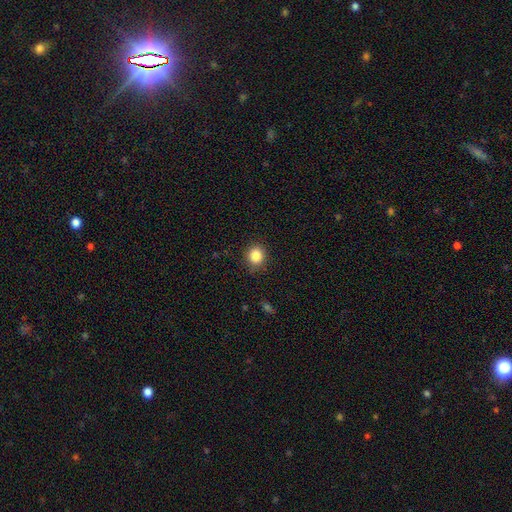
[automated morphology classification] A smooth galaxy with no disk features (85%) that is round (83%).

Vote fractions:
- Smooth or featured? smooth: 85% / star or artifact: 10% / featured or disk: 4%
- How rounded? round: 83% / in between: 16% / cigar-shaped: 1%
- Merging? none: 89% / minor disturbance: 8% / major disturbance: 2% / merger: 1%